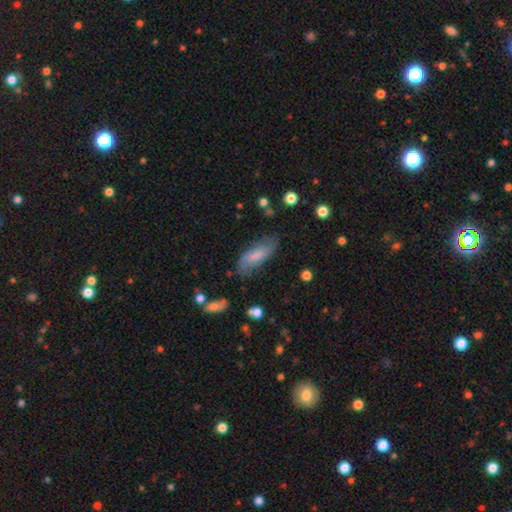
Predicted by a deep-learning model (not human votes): Smooth or featured?
  - smooth: 62% *
  - featured or disk: 30%
  - star or artifact: 8%
How rounded?
  - in between: 67% *
  - cigar-shaped: 31%
  - round: 2%
Merging?
  - none: 63% *
  - minor disturbance: 25%
  - major disturbance: 9%
  - merger: 3%